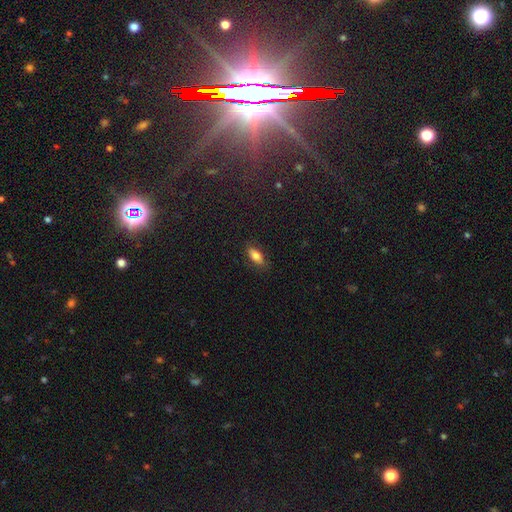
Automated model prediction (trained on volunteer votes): smooth_or_featured: smooth (p=0.79) [alt: featured or disk p=0.13]
how_rounded: in between (p=0.83) [alt: cigar-shaped p=0.13]
merging: none (p=0.84) [alt: minor disturbance p=0.12]